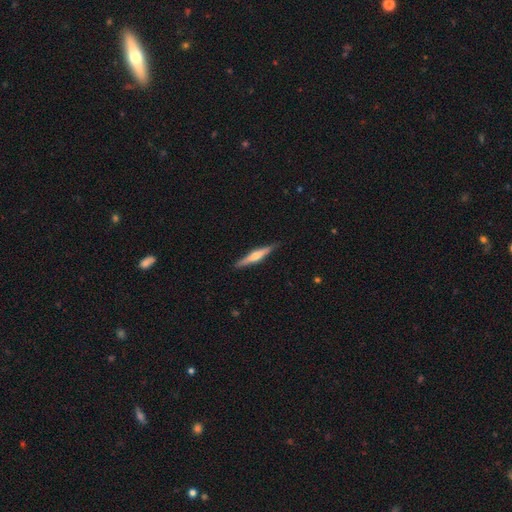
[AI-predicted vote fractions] Smooth or featured?
  - featured or disk: 58% *
  - smooth: 36%
  - star or artifact: 5%
Edge-on disk?
  - yes: 97% *
  - no: 3%
Edge-on bulge?
  - rounded: 80% *
  - boxy: 10%
  - none: 10%
Merging?
  - none: 89% *
  - minor disturbance: 8%
  - major disturbance: 2%
  - merger: 1%